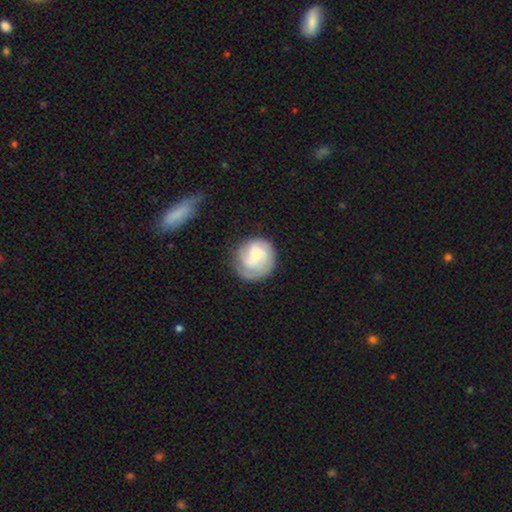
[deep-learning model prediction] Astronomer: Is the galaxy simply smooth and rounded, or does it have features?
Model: featured or disk — 64%.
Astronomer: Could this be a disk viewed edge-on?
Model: no — 98%.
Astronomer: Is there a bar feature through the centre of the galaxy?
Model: no — 49% (runner-up: weak, 42%).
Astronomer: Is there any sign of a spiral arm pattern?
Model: yes — 91%.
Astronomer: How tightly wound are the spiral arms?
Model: tight — 56% (runner-up: medium, 32%).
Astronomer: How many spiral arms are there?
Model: can't tell — 30% (runner-up: 2, 28%).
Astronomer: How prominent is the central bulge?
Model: small — 48% (runner-up: moderate, 25%).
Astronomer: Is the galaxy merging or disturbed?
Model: none — 70%.